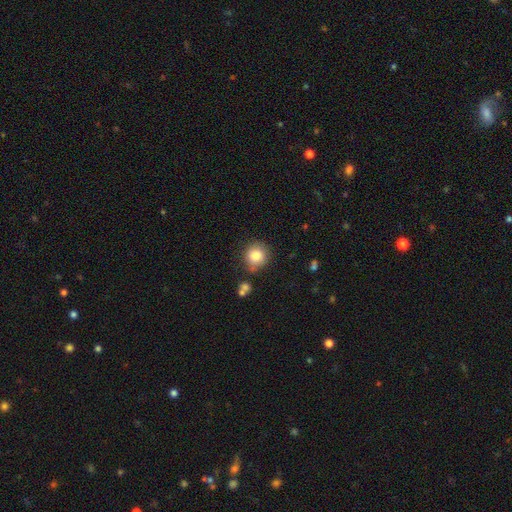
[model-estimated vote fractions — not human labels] Smooth or featured?
  - smooth: 84% *
  - star or artifact: 9%
  - featured or disk: 7%
How rounded?
  - round: 89% *
  - in between: 10%
  - cigar-shaped: 1%
Merging?
  - none: 77% *
  - minor disturbance: 14%
  - merger: 5%
  - major disturbance: 4%